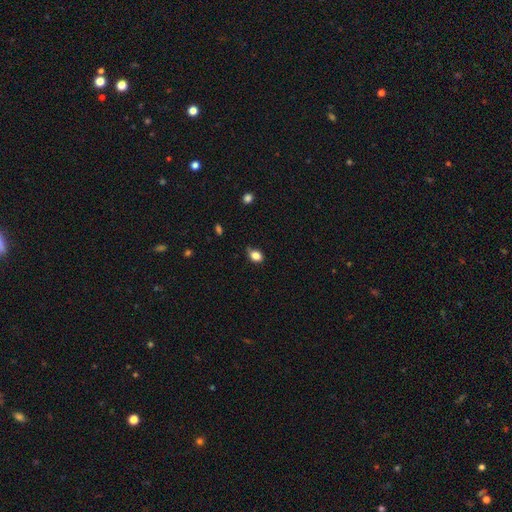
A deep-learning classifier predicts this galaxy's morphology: Overall: smooth (83%). How rounded: in between (67%; round 32%). Merging: none (63%; minor disturbance 30%).